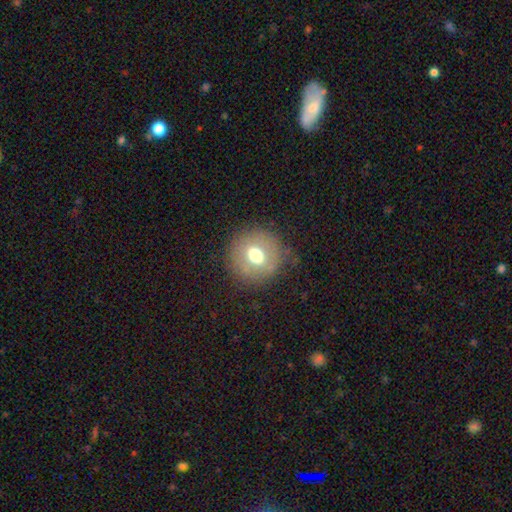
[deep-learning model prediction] A smooth galaxy with no disk features (62%) that is round (88%). Merging: none (82%).